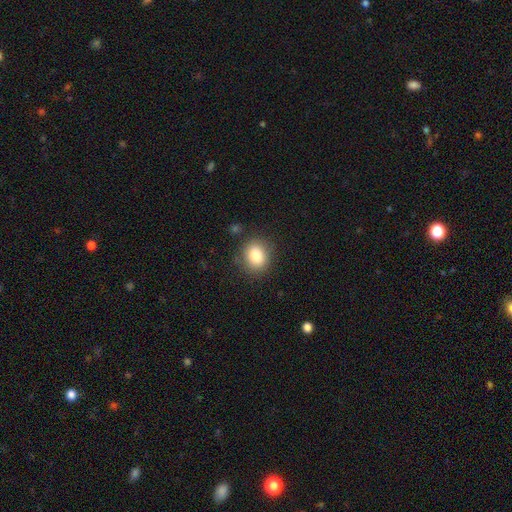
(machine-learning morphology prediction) The model was most divided on "how rounded": round: 65%, in between: 34%, cigar-shaped: 1%. More confident: merging — none (84%); smooth or featured — smooth (83%).